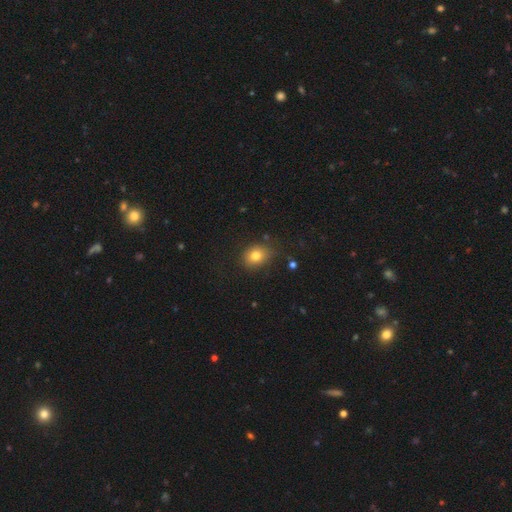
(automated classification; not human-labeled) Smooth or featured? smooth (79%)
How rounded? round (55%)
Merging? none (79%)